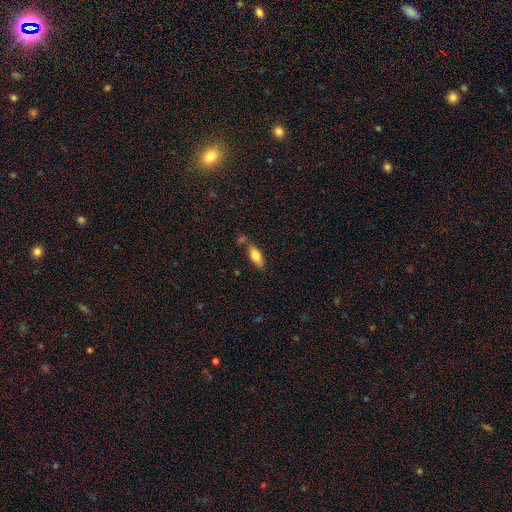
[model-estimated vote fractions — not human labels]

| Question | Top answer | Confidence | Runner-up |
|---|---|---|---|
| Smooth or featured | smooth | 72% | featured or disk (21%) |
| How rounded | in between | 74% | cigar-shaped (23%) |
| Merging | none | 69% | minor disturbance (15%) |